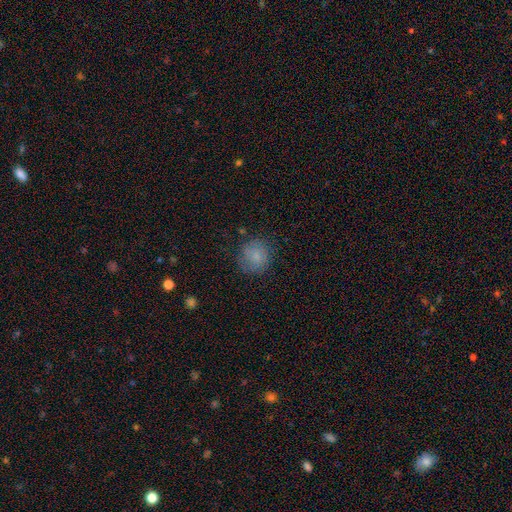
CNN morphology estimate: type=smooth (79%); roundness=round (87%); merging=none (76%).